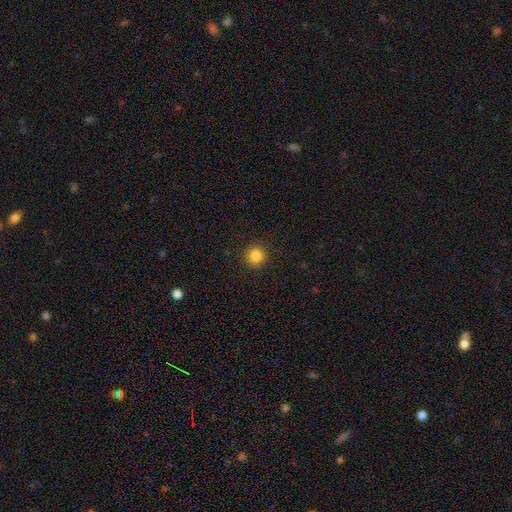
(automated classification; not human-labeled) Smooth or featured? smooth (85%)
How rounded? round (93%)
Merging? none (92%)